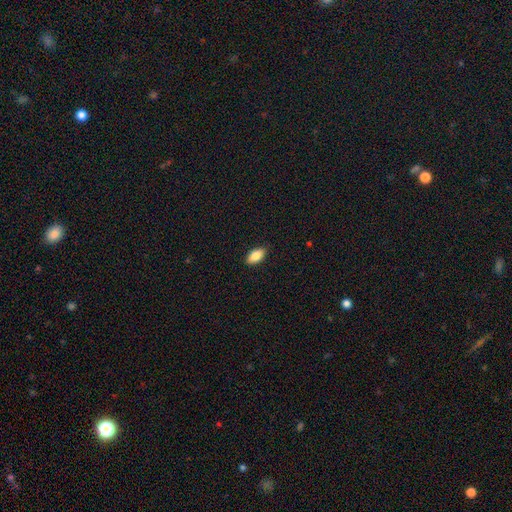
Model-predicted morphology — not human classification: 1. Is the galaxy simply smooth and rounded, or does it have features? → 84% smooth, 9% featured or disk, 7% star or artifact.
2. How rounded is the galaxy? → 91% in between, 5% cigar-shaped, 3% round.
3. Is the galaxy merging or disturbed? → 88% none, 9% minor disturbance, 2% major disturbance, 1% merger.